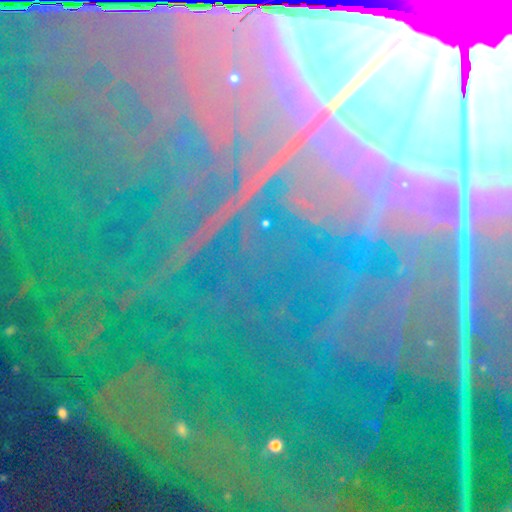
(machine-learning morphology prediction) Q: Smooth or featured?
A: star or artifact (82%); runner-up: featured or disk (11%)